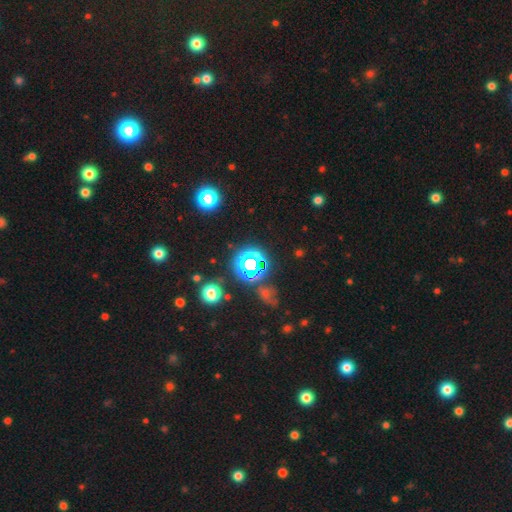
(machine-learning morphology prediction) This is likely a star or artifact rather than a galaxy (69%).